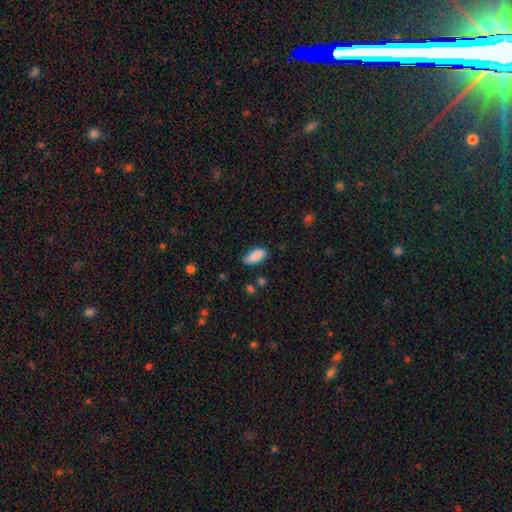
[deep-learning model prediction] Q: Smooth or featured?
A: smooth (87%); runner-up: star or artifact (7%)
Q: How rounded?
A: in between (88%); runner-up: cigar-shaped (10%)
Q: Merging?
A: none (80%); runner-up: minor disturbance (15%)